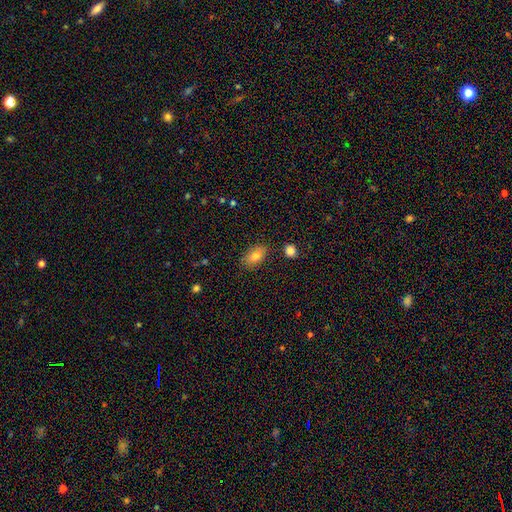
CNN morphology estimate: smooth-or-featured: smooth: 80% | featured or disk: 11% | star or artifact: 9%
  how-rounded: in between: 87% | round: 10% | cigar-shaped: 3%
  merging: none: 80% | minor disturbance: 14% | major disturbance: 3% | merger: 3%